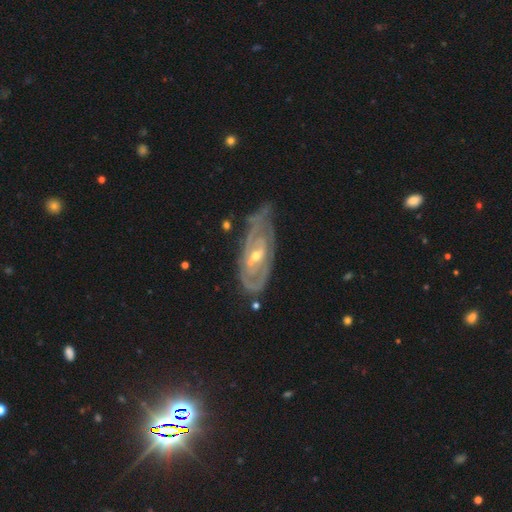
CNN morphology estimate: Smooth or featured: featured or disk — 86% (smooth — 9%)
Edge-on disk: no — 92% (yes — 8%)
Bar: weak — 42% (no — 41%)
Spiral arms: yes — 86% (no — 14%)
Spiral winding: tight — 68% (medium — 25%)
Spiral arm count: can't tell — 40% (tied with 2 — 40%)
Bulge size: small — 51% (moderate — 46%)
Merging: none — 52% (minor disturbance — 29%)